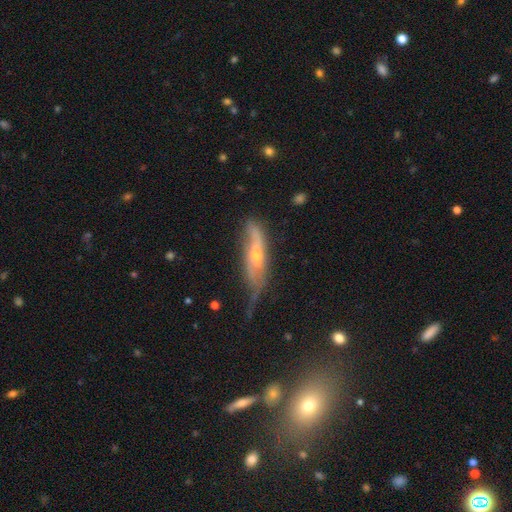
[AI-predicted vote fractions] Q: Smooth or featured?
A: featured or disk (64%); runner-up: smooth (27%)
Q: Edge-on disk?
A: yes (60%); runner-up: no (40%)
Q: Merging?
A: none (42%); runner-up: minor disturbance (36%)